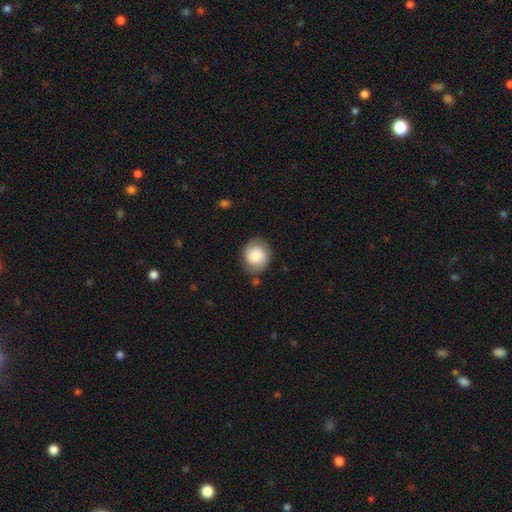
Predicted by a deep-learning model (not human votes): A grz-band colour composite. It shows a smooth galaxy with no disk features (70%) that is round (77%). Merging: none (76%).